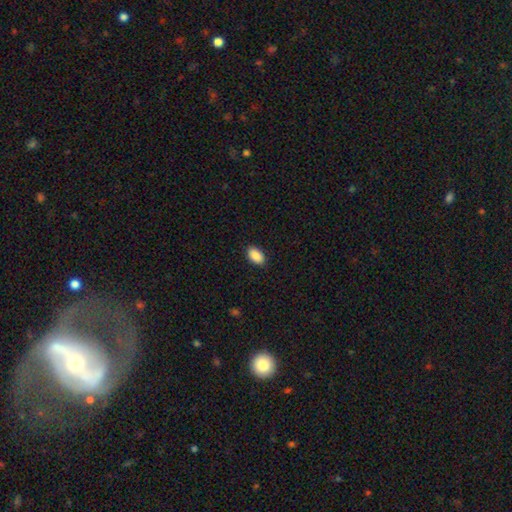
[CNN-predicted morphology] smooth 90%, star or artifact 7%, featured or disk 3%. Down the decision tree: how rounded — in between (92%); merging — none (89%).